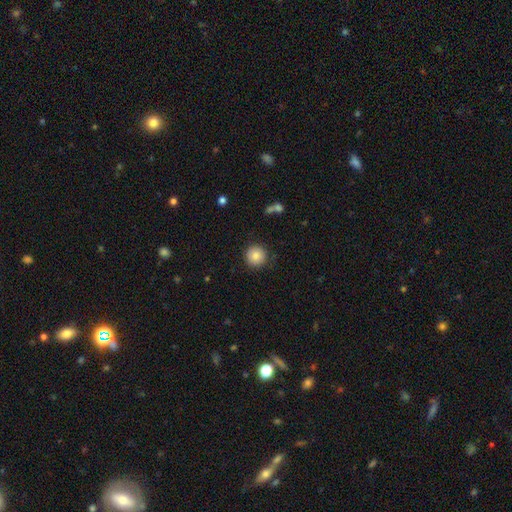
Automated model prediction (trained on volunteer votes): A smooth galaxy with no disk features (83%) that is round (95%).

Vote fractions:
- Smooth or featured? smooth: 83% / star or artifact: 9% / featured or disk: 8%
- How rounded? round: 95% / in between: 4% / cigar-shaped: 1%
- Merging? none: 89% / minor disturbance: 7% / major disturbance: 2% / merger: 1%